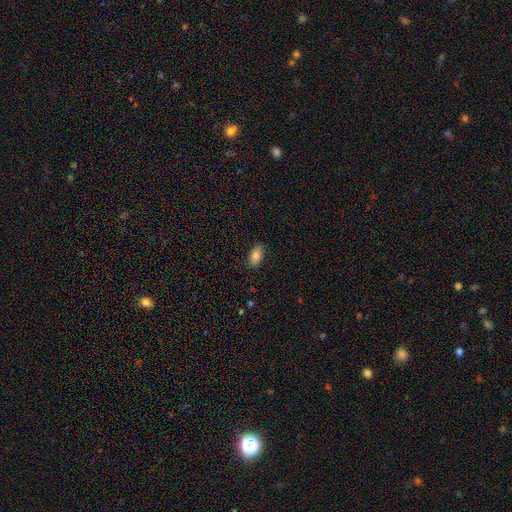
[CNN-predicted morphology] Smooth or featured: smooth — 83% (featured or disk — 10%)
How rounded: in between — 90% (cigar-shaped — 7%)
Merging: none — 86% (minor disturbance — 11%)